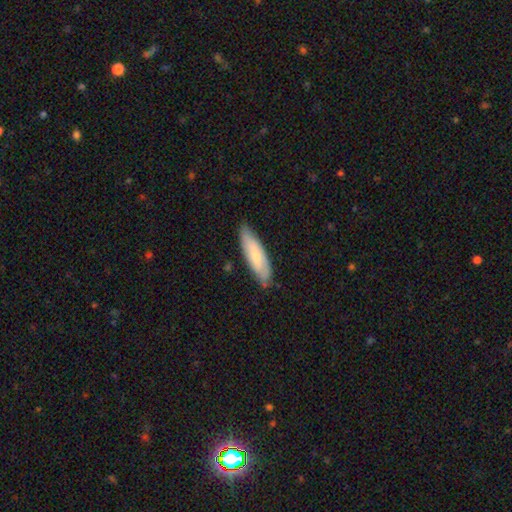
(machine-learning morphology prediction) smooth 61%, featured or disk 34%, star or artifact 5%. Down the decision tree: how rounded — cigar-shaped (53%); merging — none (79%).